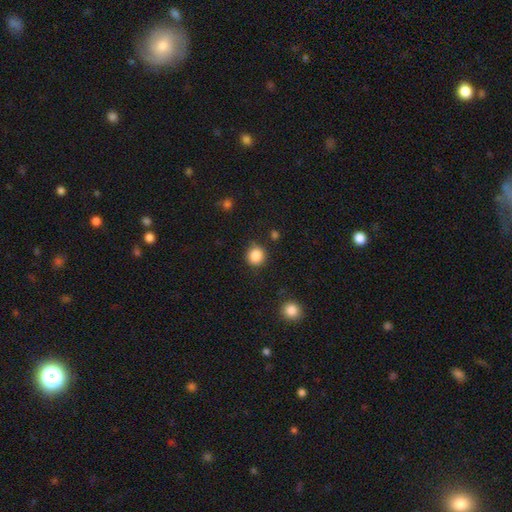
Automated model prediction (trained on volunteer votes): Morphology: type=smooth (86%); roundness=round (92%); merging=none (86%).